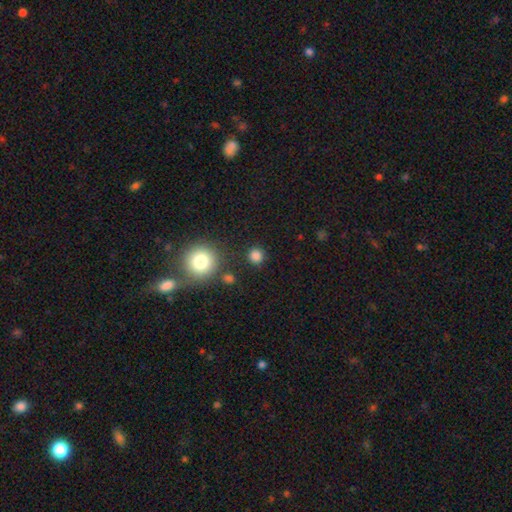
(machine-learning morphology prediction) smooth-or-featured: smooth: 83% | star or artifact: 13% | featured or disk: 4%
  how-rounded: round: 91% | in between: 8% | cigar-shaped: 1%
  merging: none: 84% | minor disturbance: 8% | merger: 4% | major disturbance: 3%